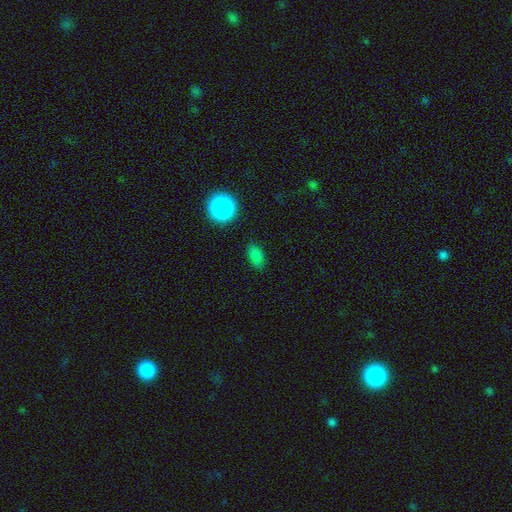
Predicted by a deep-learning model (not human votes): Smooth or featured?
  - smooth: 80% *
  - star or artifact: 15%
  - featured or disk: 5%
How rounded?
  - in between: 81% *
  - round: 15%
  - cigar-shaped: 4%
Merging?
  - none: 84% *
  - minor disturbance: 11%
  - major disturbance: 3%
  - merger: 2%